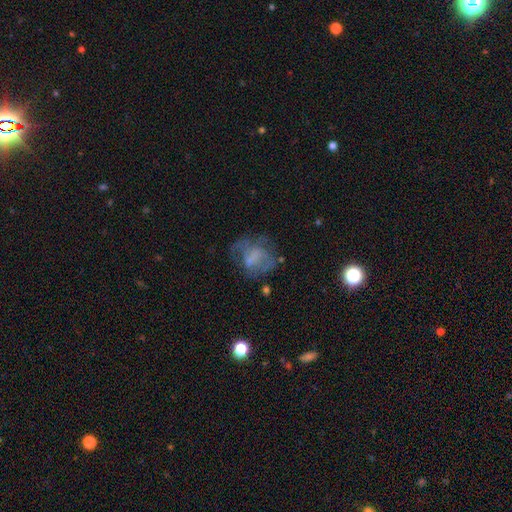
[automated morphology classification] Smooth or featured: featured or disk — 46% (smooth — 37%)
Merging: none — 49% (major disturbance — 27%)